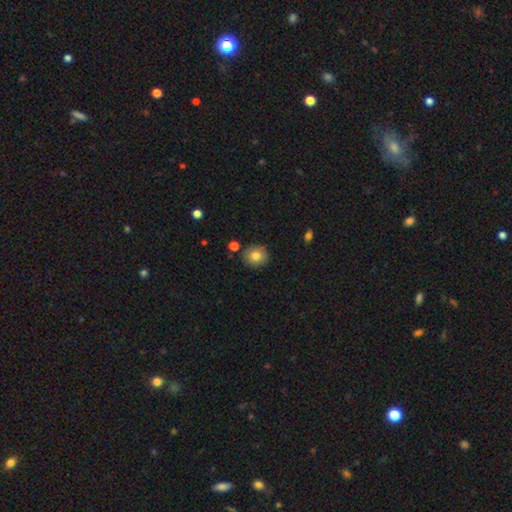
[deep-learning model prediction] Overall: smooth (80%). How rounded: round (87%). Merging: none (85%).